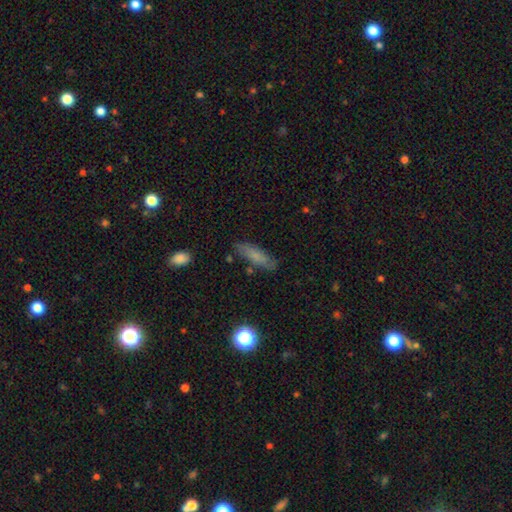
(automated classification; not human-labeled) smooth 73%, featured or disk 18%, star or artifact 9%. Down the decision tree: how rounded — cigar-shaped (58%); merging — none (80%).